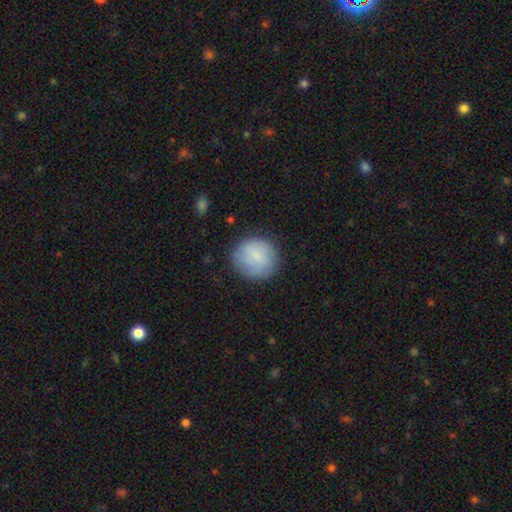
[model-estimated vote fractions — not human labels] Overall: smooth (82%). How rounded: round (90%). Merging: none (81%).